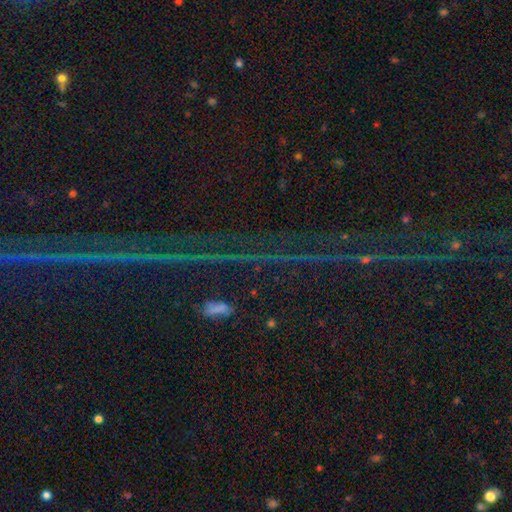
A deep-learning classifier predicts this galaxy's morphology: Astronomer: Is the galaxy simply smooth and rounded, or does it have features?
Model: star or artifact — 85%.